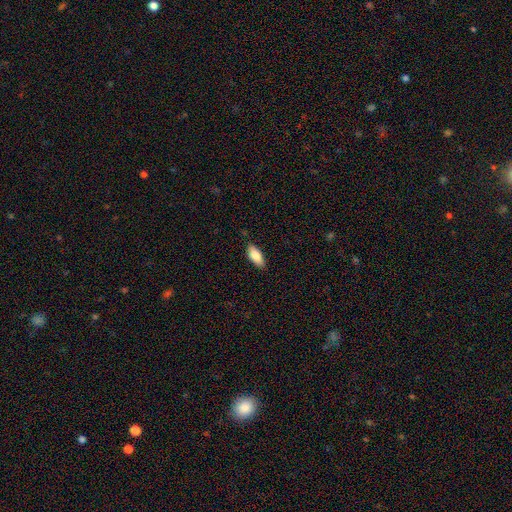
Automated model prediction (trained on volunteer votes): smooth 85%, featured or disk 9%, star or artifact 6%. Down the decision tree: how rounded — in between (82%); merging — none (85%).